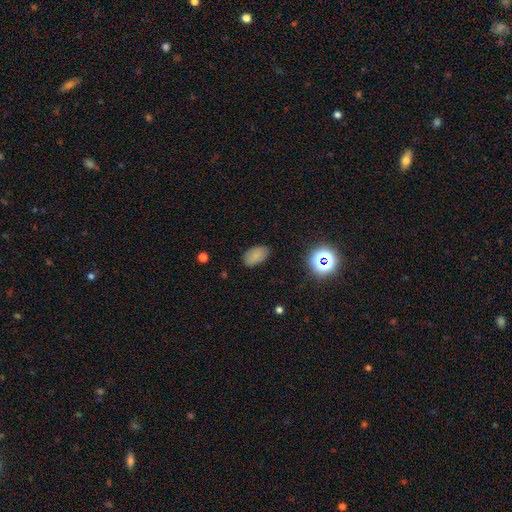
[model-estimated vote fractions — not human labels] The model was most divided on "smooth or featured": smooth: 76%, star or artifact: 14%, featured or disk: 11%. More confident: how rounded — in between (91%); merging — none (84%).